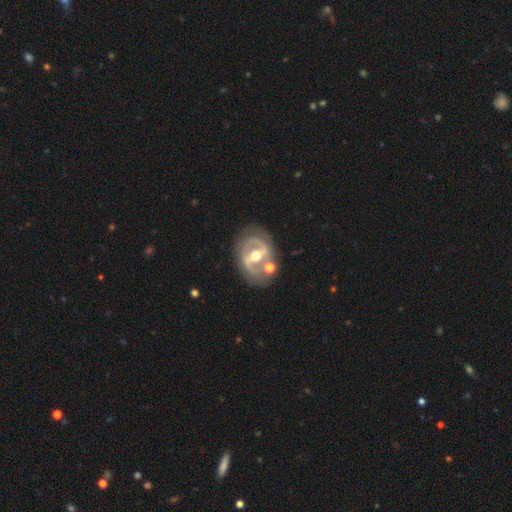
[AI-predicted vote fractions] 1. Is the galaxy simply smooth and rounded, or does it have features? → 85% featured or disk, 10% smooth, 5% star or artifact.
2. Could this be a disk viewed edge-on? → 96% no, 4% yes.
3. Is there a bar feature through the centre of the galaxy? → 52% strong, 32% weak, 16% no.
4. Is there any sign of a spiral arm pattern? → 79% yes, 21% no.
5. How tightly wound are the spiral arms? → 47% medium, 36% tight, 18% loose.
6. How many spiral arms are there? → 84% 2, 8% can't tell, 3% 1, 3% 3, 1% 4, 1% more than 4.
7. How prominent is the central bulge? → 76% moderate, 13% small, 9% large, 1% none, 1% dominant.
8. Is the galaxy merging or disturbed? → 70% none, 15% minor disturbance, 8% merger, 7% major disturbance.